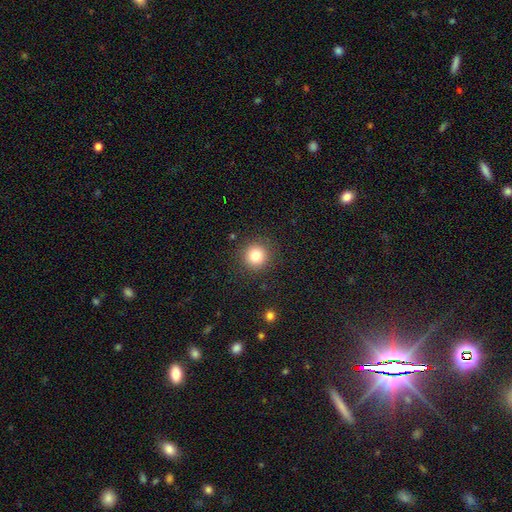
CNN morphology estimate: type=smooth (81%); roundness=round (94%); merging=none (90%).